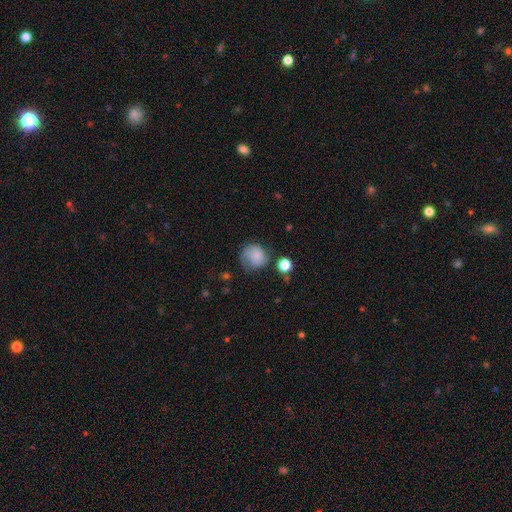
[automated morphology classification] Smooth or featured?
  - smooth: 68% *
  - featured or disk: 22%
  - star or artifact: 10%
How rounded?
  - round: 78% *
  - in between: 21%
  - cigar-shaped: 1%
Merging?
  - none: 48% *
  - minor disturbance: 28%
  - major disturbance: 19%
  - merger: 5%